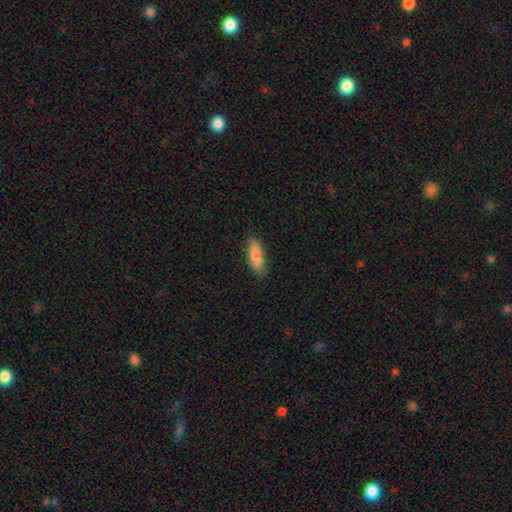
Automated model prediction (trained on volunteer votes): Q: Smooth or featured?
A: smooth (85%); runner-up: featured or disk (10%)
Q: How rounded?
A: in between (55%); runner-up: cigar-shaped (43%)
Q: Merging?
A: none (83%); runner-up: minor disturbance (14%)